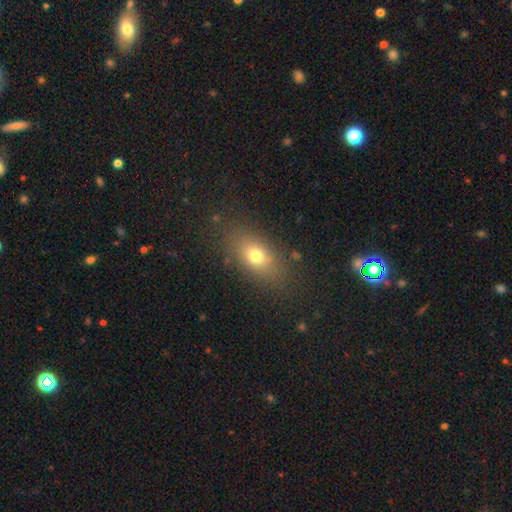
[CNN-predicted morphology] smooth 72%, featured or disk 15%, star or artifact 13%. Down the decision tree: how rounded — in between (77%); merging — none (82%).